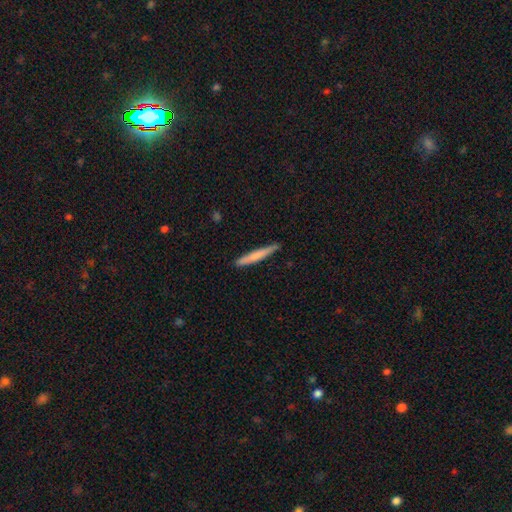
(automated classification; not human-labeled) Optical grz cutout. It shows a smooth galaxy with no disk features (69%) that is cigar-shaped (96%). Merging: none (88%).